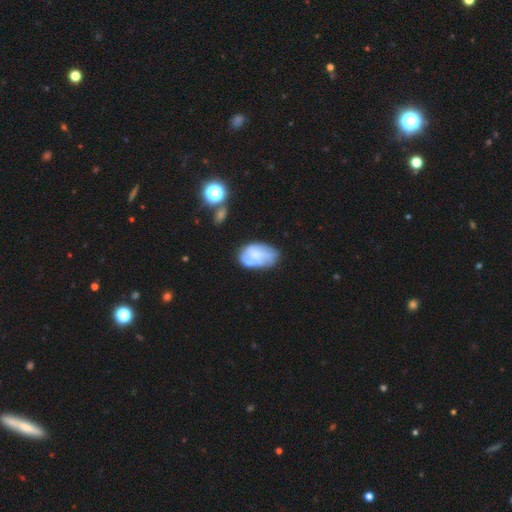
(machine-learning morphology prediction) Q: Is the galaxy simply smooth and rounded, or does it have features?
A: featured or disk — 49%.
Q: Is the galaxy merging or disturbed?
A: none — 50%.